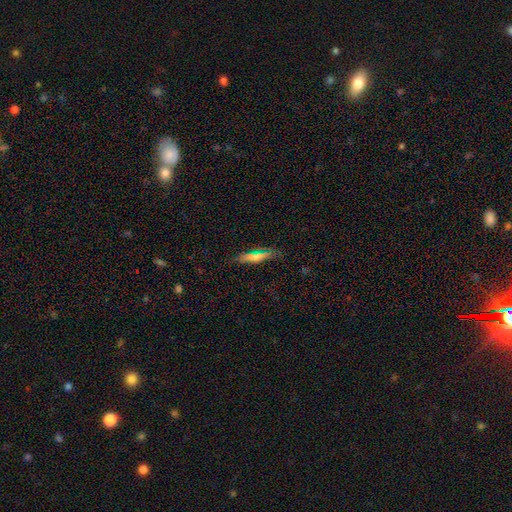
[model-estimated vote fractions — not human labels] Smooth or featured? smooth (59%)
How rounded? cigar-shaped (80%)
Merging? none (83%)